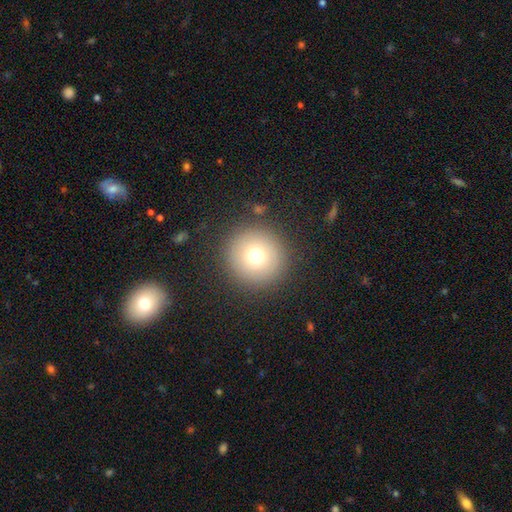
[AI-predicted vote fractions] Overall: smooth (72%). How rounded: round (96%). Merging: none (89%).